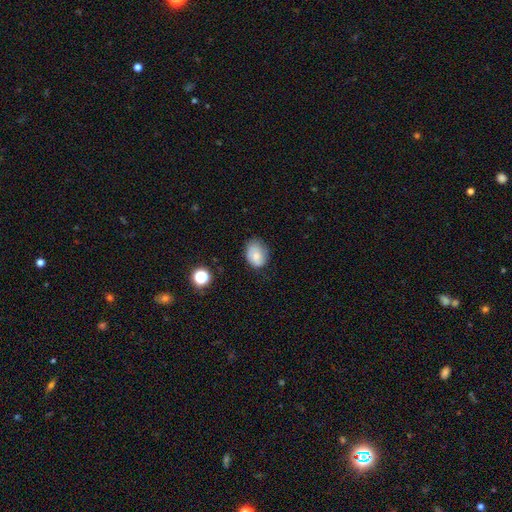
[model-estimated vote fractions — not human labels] Smooth or featured? smooth (74%)
How rounded? in between (72%)
Merging? none (62%)